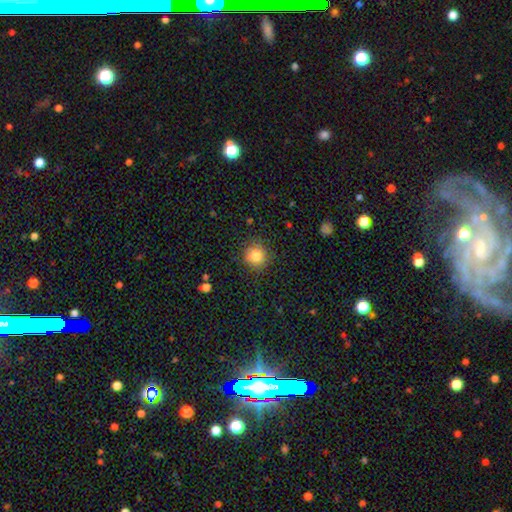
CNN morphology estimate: smooth-or-featured: smooth: 81% | star or artifact: 12% | featured or disk: 7%
  how-rounded: round: 91% | in between: 8% | cigar-shaped: 1%
  merging: none: 86% | minor disturbance: 10% | major disturbance: 3% | merger: 1%